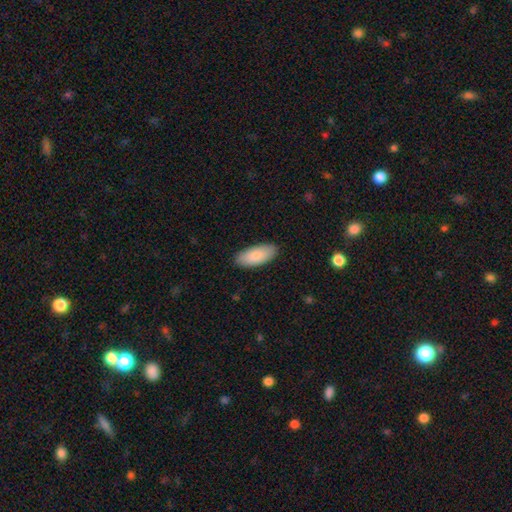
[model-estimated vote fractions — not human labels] smooth-or-featured: smooth: 88% | featured or disk: 7% | star or artifact: 5%
  how-rounded: in between: 86% | cigar-shaped: 12% | round: 2%
  merging: none: 88% | minor disturbance: 9% | major disturbance: 2% | merger: 1%